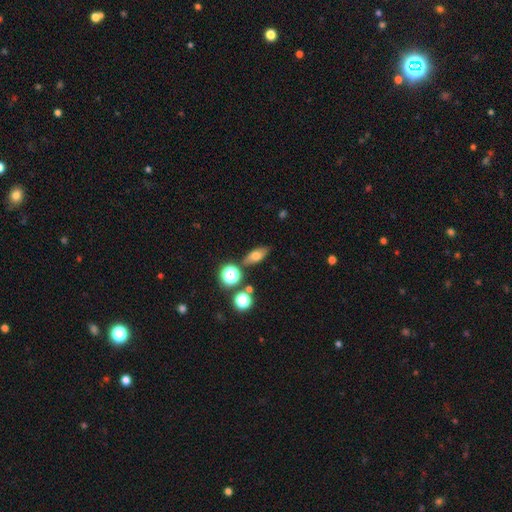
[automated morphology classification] Smooth or featured? Predicted: smooth (p=0.66). How rounded? Predicted: in between (p=0.72). Merging? Predicted: none (p=0.79).